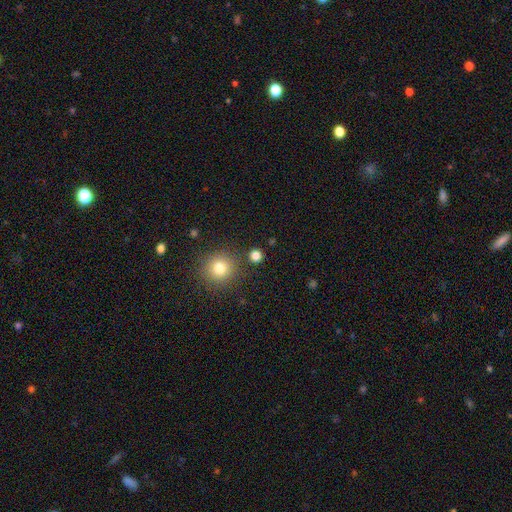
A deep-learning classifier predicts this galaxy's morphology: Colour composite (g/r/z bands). It shows a smooth galaxy with no disk features (80%) that is round (92%). Merging: none (87%).